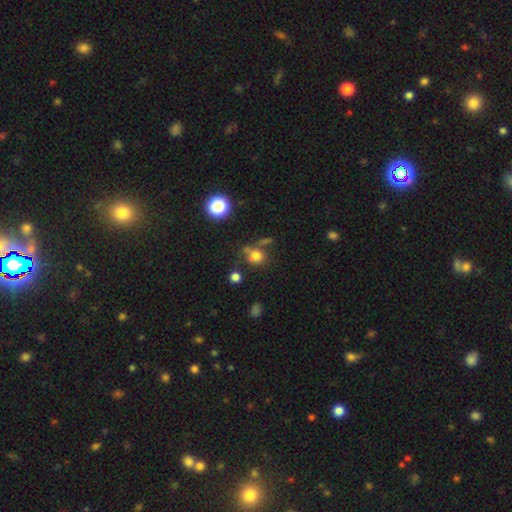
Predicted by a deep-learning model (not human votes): The model was most divided on "merging": none: 62%, minor disturbance: 16%, merger: 15%, major disturbance: 7%. More confident: how rounded — round (79%); smooth or featured — smooth (76%).